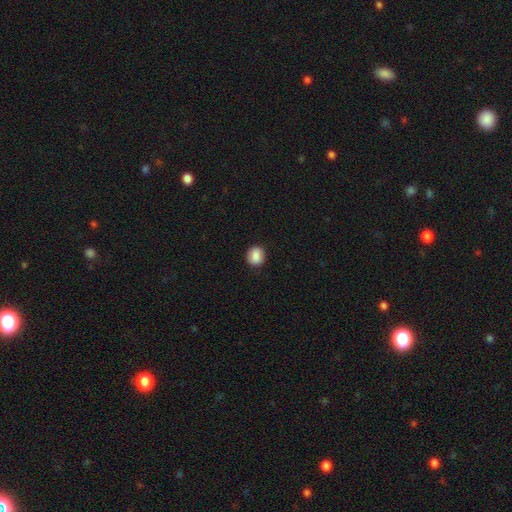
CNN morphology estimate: type=smooth (86%); roundness=round (77%); merging=none (89%).